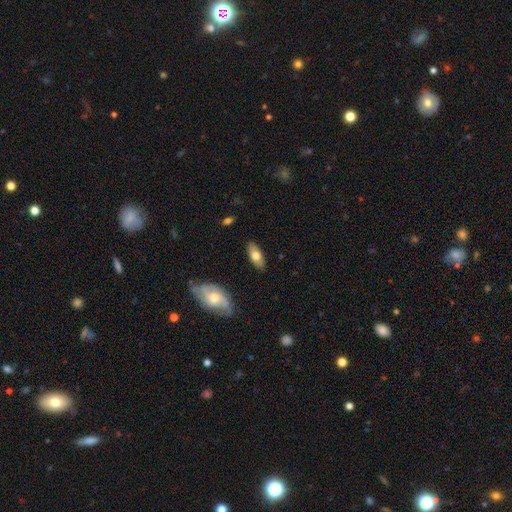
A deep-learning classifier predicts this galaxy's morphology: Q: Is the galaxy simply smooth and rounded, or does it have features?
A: smooth — 66%.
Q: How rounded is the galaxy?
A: in between — 84%.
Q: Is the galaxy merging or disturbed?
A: none — 86%.